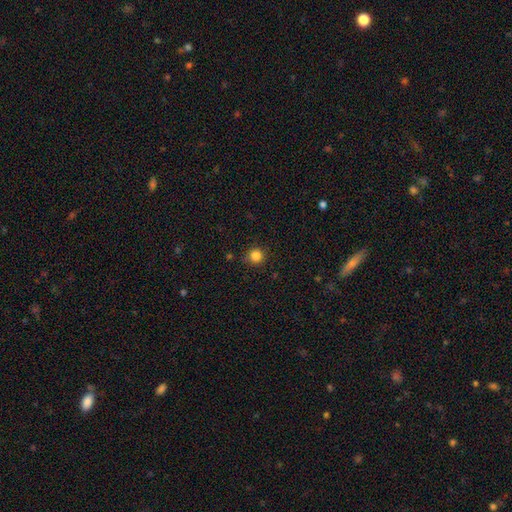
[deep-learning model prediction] Overall: smooth (84%). How rounded: round (94%). Merging: none (85%).